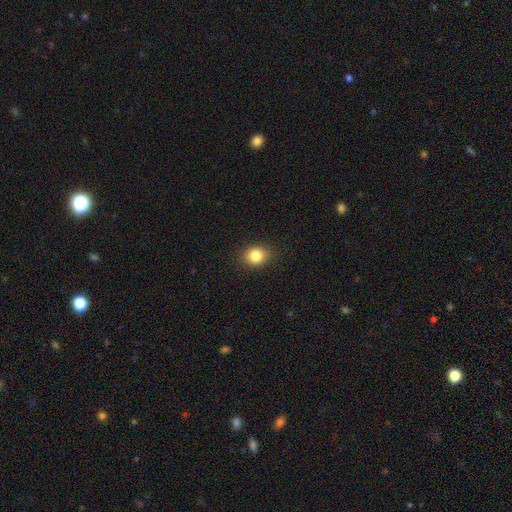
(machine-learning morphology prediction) Smooth or featured: smooth — 83% (star or artifact — 10%)
How rounded: round — 61% (in between — 38%)
Merging: none — 87% (minor disturbance — 10%)